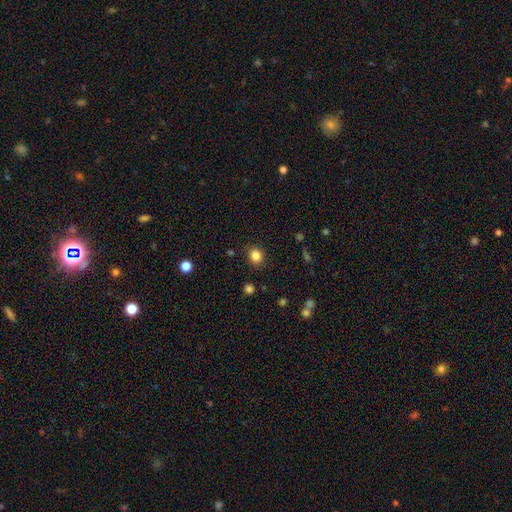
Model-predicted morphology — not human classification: smooth 84%, star or artifact 11%, featured or disk 4%. Down the decision tree: how rounded — round (74%); merging — none (88%).